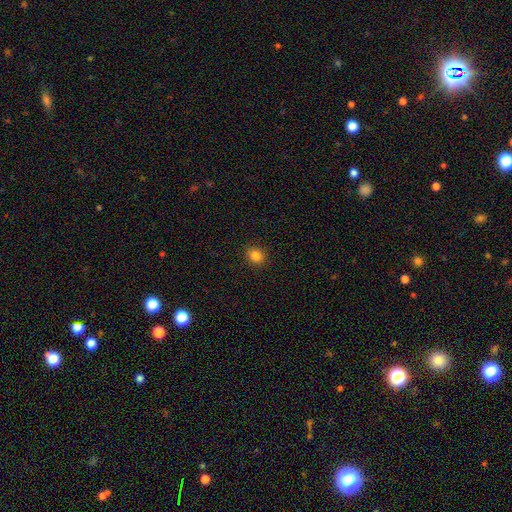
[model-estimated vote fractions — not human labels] Smooth or featured?
  - smooth: 83% *
  - star or artifact: 12%
  - featured or disk: 5%
How rounded?
  - round: 72% *
  - in between: 27%
  - cigar-shaped: 1%
Merging?
  - none: 91% *
  - minor disturbance: 6%
  - major disturbance: 2%
  - merger: 1%